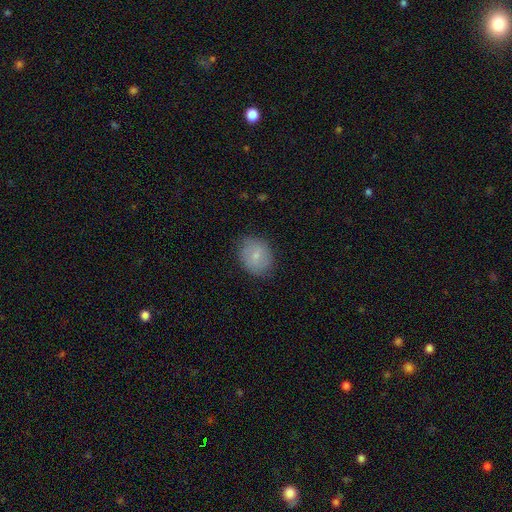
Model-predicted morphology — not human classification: Smooth or featured: smooth — 75% (featured or disk — 18%)
How rounded: round — 56% (in between — 43%)
Merging: none — 79% (minor disturbance — 17%)